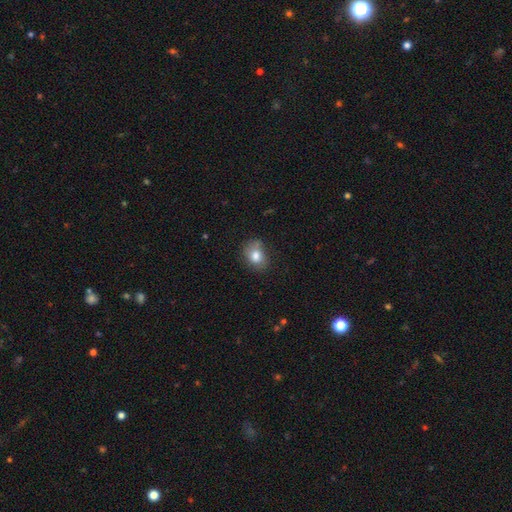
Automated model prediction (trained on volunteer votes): smooth 79%, featured or disk 12%, star or artifact 9%. Down the decision tree: how rounded — in between (62%); merging — none (64%).